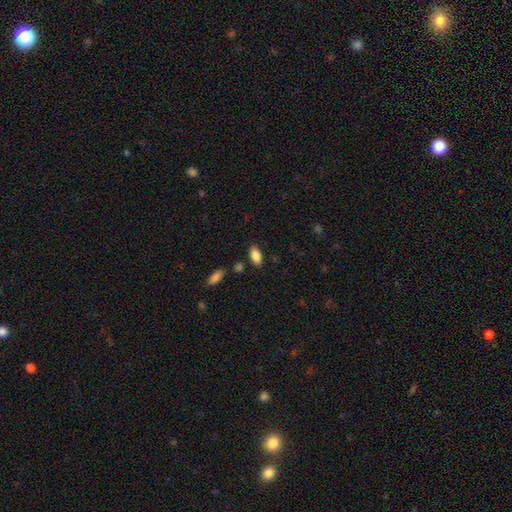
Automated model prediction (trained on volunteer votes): smooth-or-featured: smooth: 87% | star or artifact: 7% | featured or disk: 6%
  how-rounded: in between: 91% | cigar-shaped: 6% | round: 3%
  merging: none: 82% | minor disturbance: 11% | merger: 4% | major disturbance: 3%